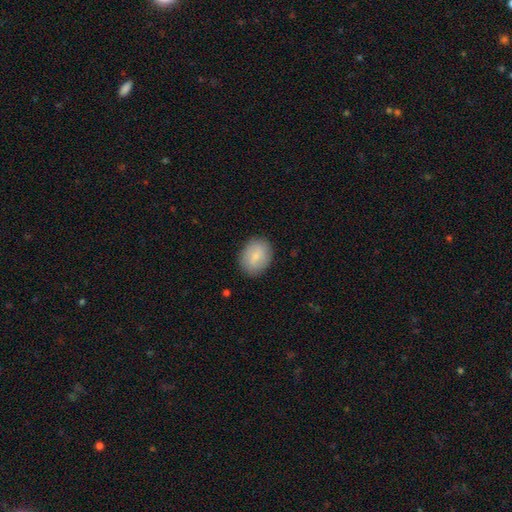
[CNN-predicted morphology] The model was most divided on "how rounded": in between: 55%, round: 44%, cigar-shaped: 1%. More confident: merging — none (86%); smooth or featured — smooth (77%).